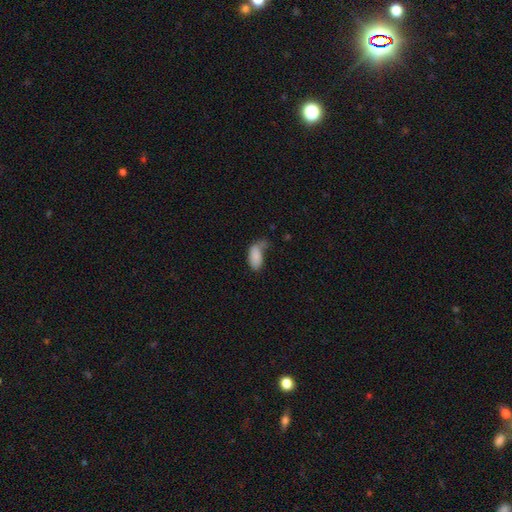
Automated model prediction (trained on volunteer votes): Overall: smooth (85%). How rounded: in between (93%). Merging: none (38%; minor disturbance 32%).